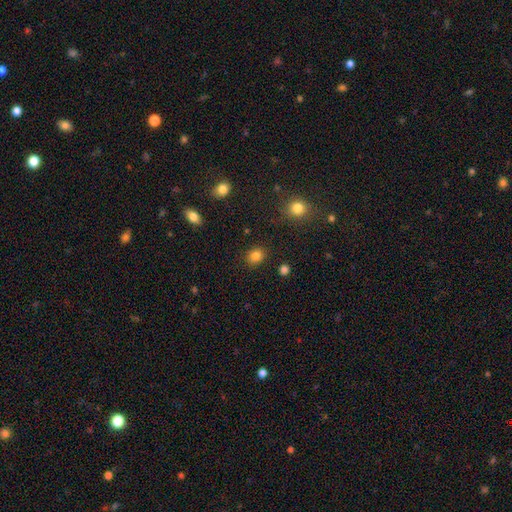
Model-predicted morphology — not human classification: smooth-or-featured: smooth: 84% | star or artifact: 11% | featured or disk: 5%
  how-rounded: round: 68% | in between: 31% | cigar-shaped: 1%
  merging: none: 87% | minor disturbance: 8% | major disturbance: 3% | merger: 2%